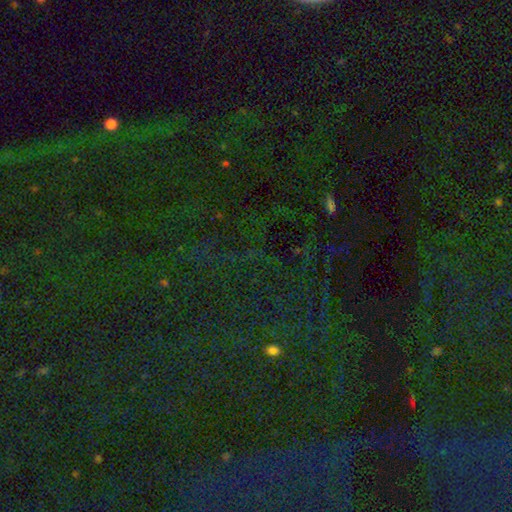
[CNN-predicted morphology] A star or artifact, not a galaxy (82%).